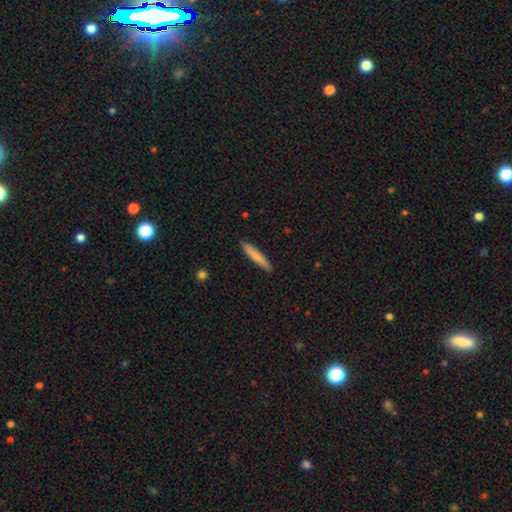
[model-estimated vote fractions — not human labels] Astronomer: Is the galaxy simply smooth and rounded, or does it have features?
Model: smooth — 76%.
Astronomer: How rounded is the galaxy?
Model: cigar-shaped — 93%.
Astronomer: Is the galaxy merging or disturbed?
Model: none — 88%.